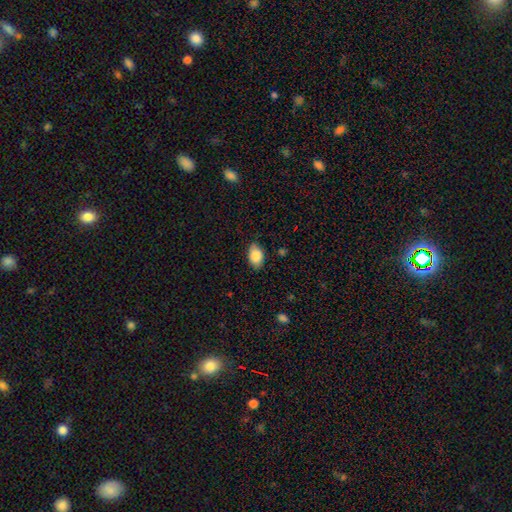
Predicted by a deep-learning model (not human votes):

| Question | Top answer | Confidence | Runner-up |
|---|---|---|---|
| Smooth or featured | smooth | 86% | star or artifact (7%) |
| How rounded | in between | 88% | round (10%) |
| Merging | none | 79% | minor disturbance (17%) |